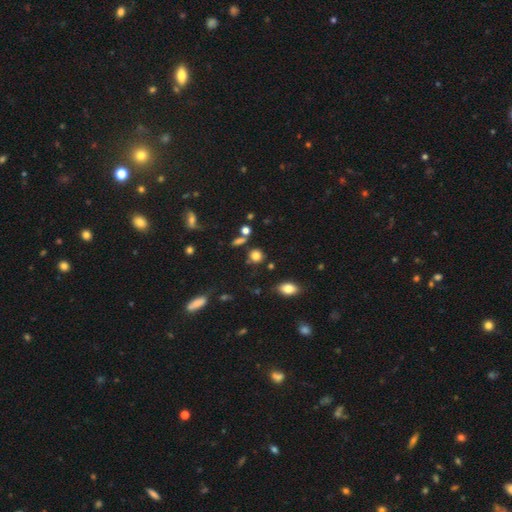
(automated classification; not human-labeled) smooth-or-featured: smooth: 80% | star or artifact: 14% | featured or disk: 6%
  how-rounded: round: 79% | in between: 20% | cigar-shaped: 2%
  merging: none: 76% | minor disturbance: 12% | merger: 9% | major disturbance: 4%